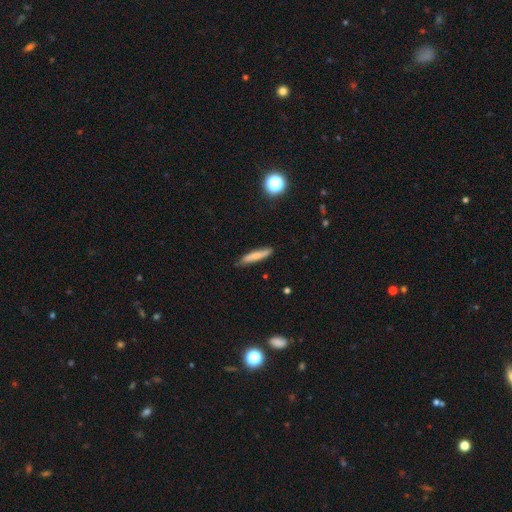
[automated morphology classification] type=smooth (72%); roundness=cigar-shaped (89%); merging=none (82%).